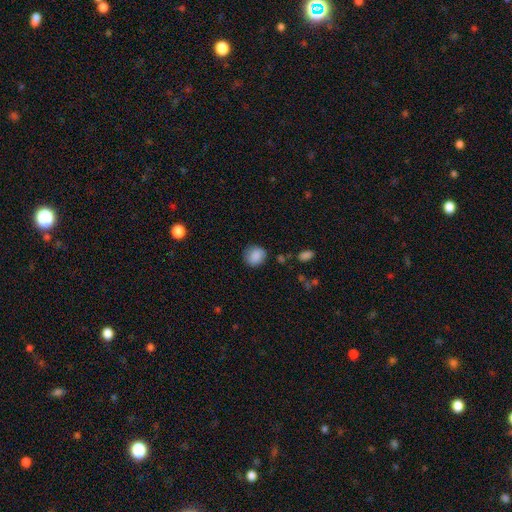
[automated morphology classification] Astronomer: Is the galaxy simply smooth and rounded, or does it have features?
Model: smooth — 86%.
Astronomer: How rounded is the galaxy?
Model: round — 81%.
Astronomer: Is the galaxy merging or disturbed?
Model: none — 80%.